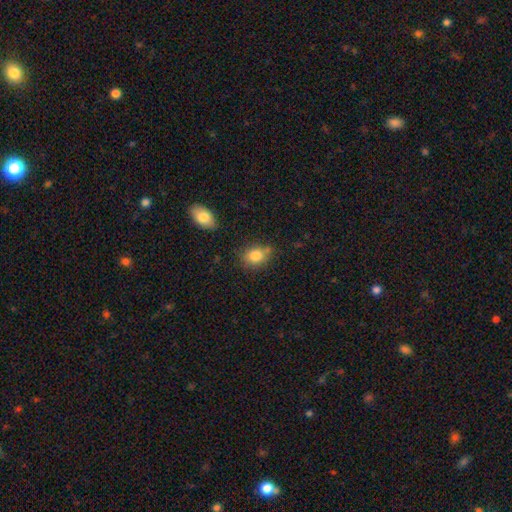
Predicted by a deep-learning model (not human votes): Smooth or featured?
  - smooth: 83% *
  - star or artifact: 9%
  - featured or disk: 8%
How rounded?
  - in between: 53% *
  - round: 46%
  - cigar-shaped: 1%
Merging?
  - none: 70% *
  - minor disturbance: 19%
  - merger: 7%
  - major disturbance: 4%